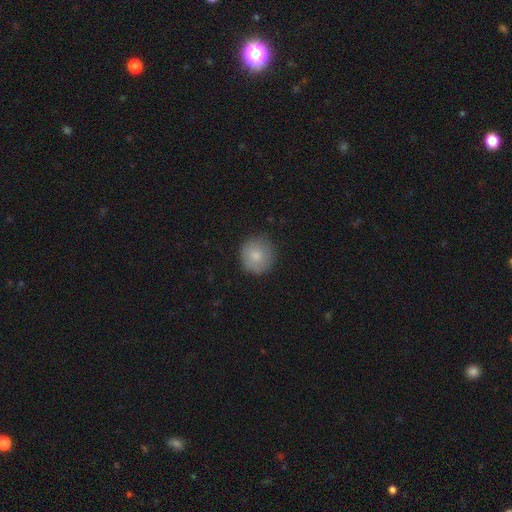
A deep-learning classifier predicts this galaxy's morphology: smooth 81%, featured or disk 12%, star or artifact 7%. Down the decision tree: how rounded — round (92%); merging — none (84%).